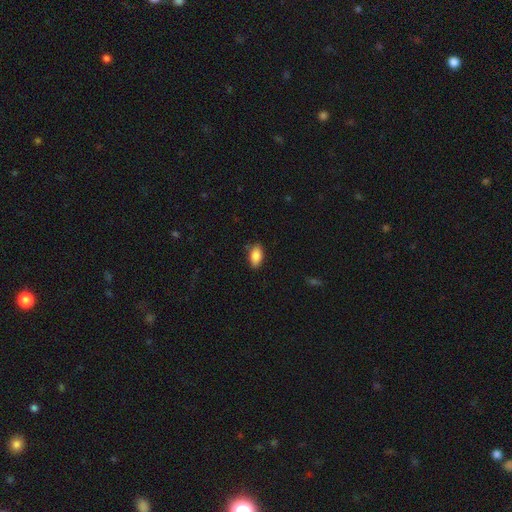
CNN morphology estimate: This appears to be a smooth galaxy with no disk features (87%) that is in between round and cigar-shaped (93%). Merging: none (79%).